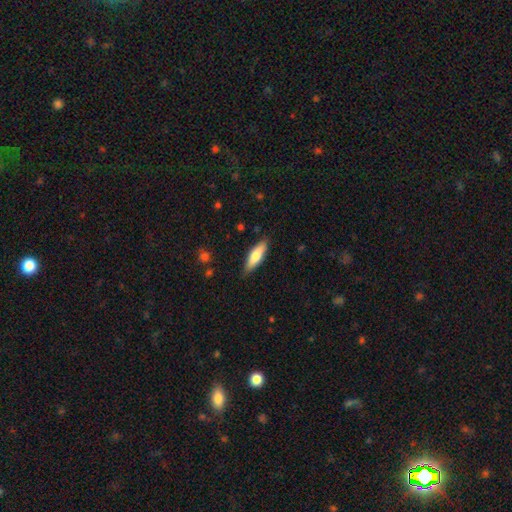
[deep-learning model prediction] Morphology: type=smooth (71%); roundness=cigar-shaped (52%); merging=none (83%).